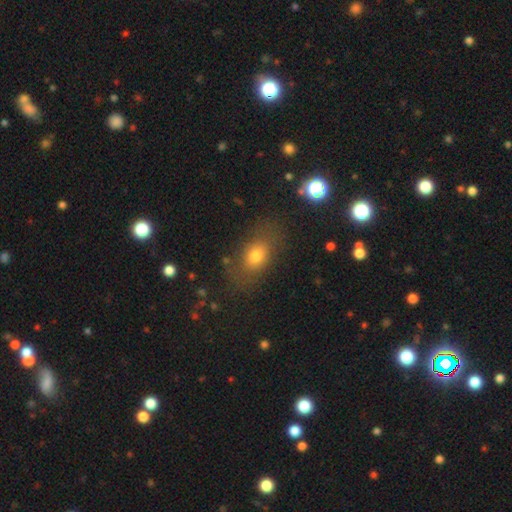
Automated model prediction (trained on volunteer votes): Smooth or featured? smooth (73%)
How rounded? in between (71%)
Merging? none (75%)